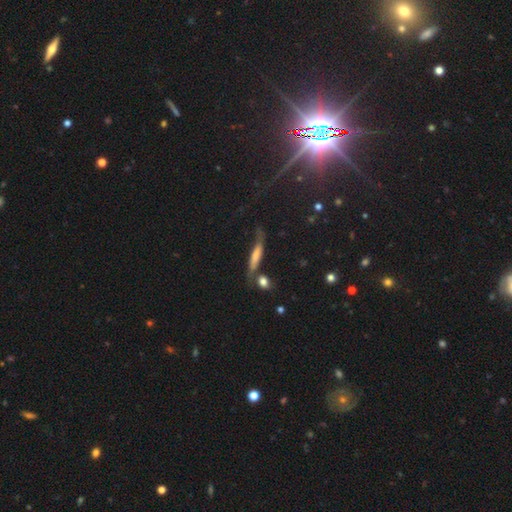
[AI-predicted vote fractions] This is possibly a smooth galaxy (55%). How rounded: likely cigar-shaped (78%). Merging: possibly none (48%).